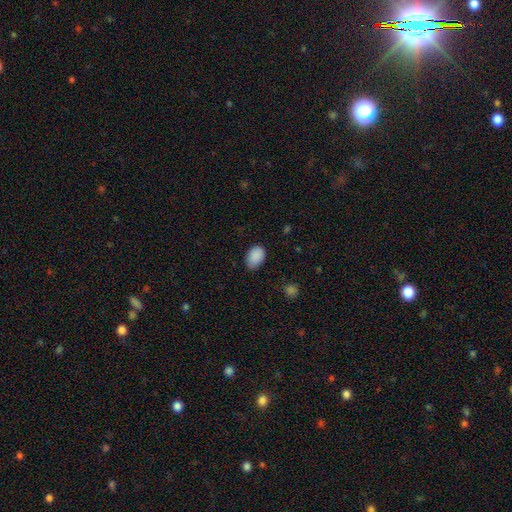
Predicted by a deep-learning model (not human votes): A smooth galaxy with no disk features (89%) that is in between round and cigar-shaped (83%).

Vote fractions:
- Smooth or featured? smooth: 89% / star or artifact: 8% / featured or disk: 3%
- How rounded? in between: 83% / round: 16% / cigar-shaped: 1%
- Merging? none: 74% / minor disturbance: 21% / major disturbance: 3% / merger: 1%